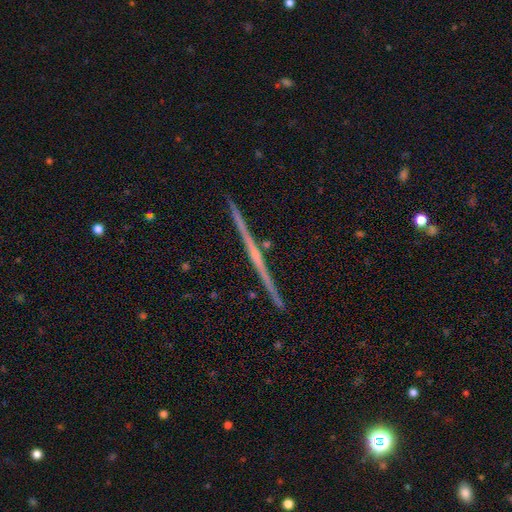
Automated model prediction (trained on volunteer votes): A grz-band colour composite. It shows a featured or disk galaxy (77%) viewed edge-on (98%) with no central bulge (63%). Merging: none (91%).